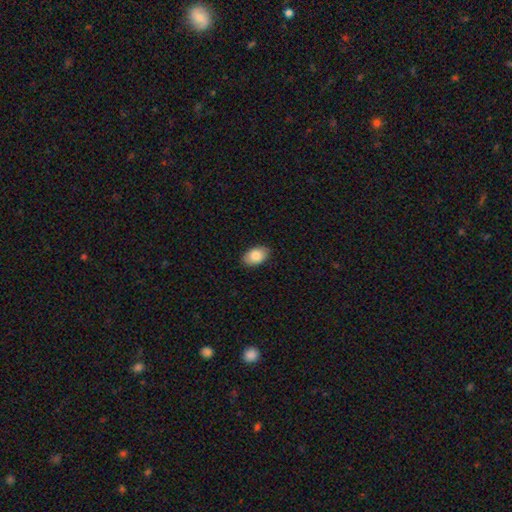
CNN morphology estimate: The model was most divided on "smooth or featured": smooth: 86%, featured or disk: 8%, star or artifact: 7%. More confident: how rounded — in between (91%); merging — none (88%).